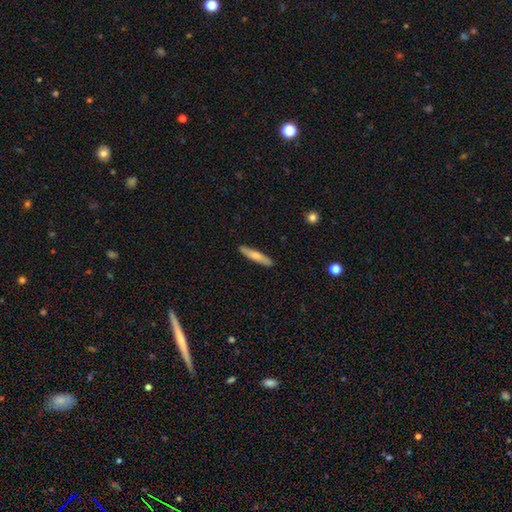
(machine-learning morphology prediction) Smooth or featured? smooth (71%)
How rounded? cigar-shaped (90%)
Merging? none (90%)